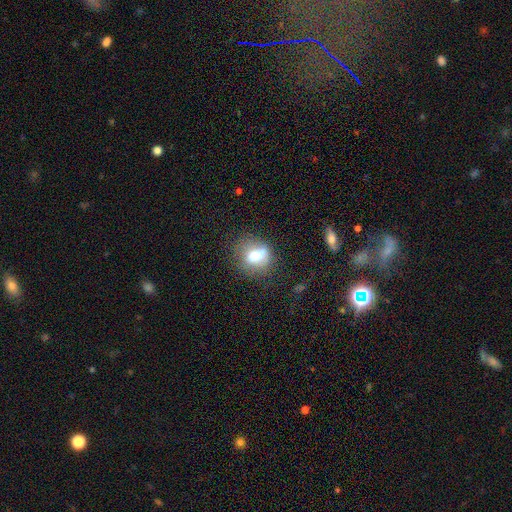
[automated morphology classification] smooth-or-featured: smooth: 68% | featured or disk: 20% | star or artifact: 11%
  how-rounded: round: 53% | in between: 44% | cigar-shaped: 3%
  merging: none: 63% | minor disturbance: 22% | major disturbance: 11% | merger: 5%